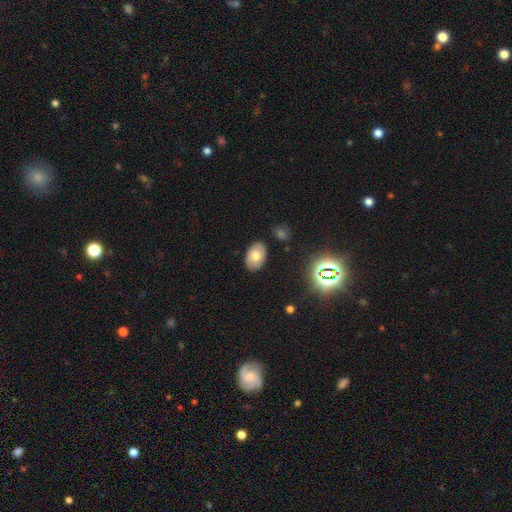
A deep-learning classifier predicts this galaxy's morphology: Smooth or featured: smooth — 64% (featured or disk — 25%)
How rounded: in between — 89% (round — 10%)
Merging: none — 86% (minor disturbance — 10%)